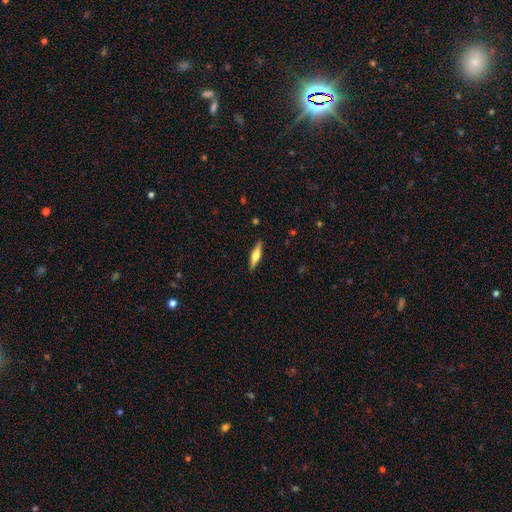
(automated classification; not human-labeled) This appears to be a featured or disk galaxy (47%, tied with smooth). Merging: none (89%).